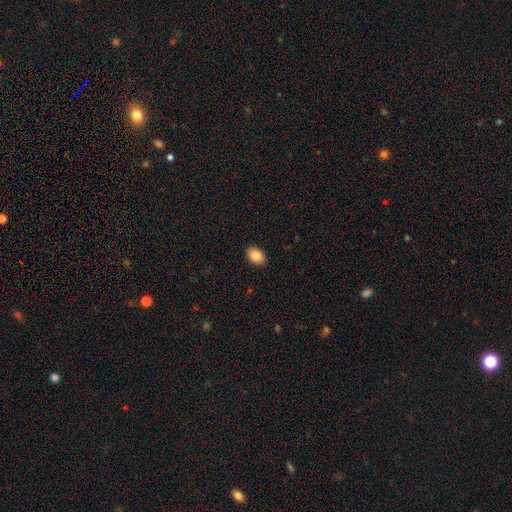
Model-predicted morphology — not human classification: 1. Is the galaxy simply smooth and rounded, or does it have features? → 85% smooth, 8% star or artifact, 8% featured or disk.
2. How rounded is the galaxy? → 78% in between, 21% round, 1% cigar-shaped.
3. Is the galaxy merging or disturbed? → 90% none, 7% minor disturbance, 2% major disturbance, 1% merger.